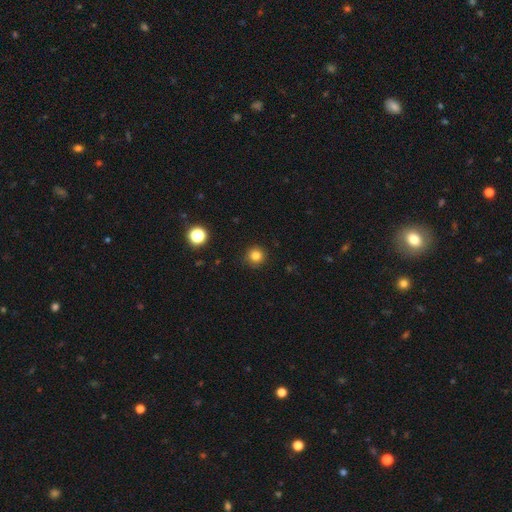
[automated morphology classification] A smooth galaxy with no disk features (82%) that is round (95%).

Vote fractions:
- Smooth or featured? smooth: 82% / star or artifact: 13% / featured or disk: 5%
- How rounded? round: 95% / in between: 4% / cigar-shaped: 1%
- Merging? none: 91% / minor disturbance: 6% / major disturbance: 2% / merger: 1%